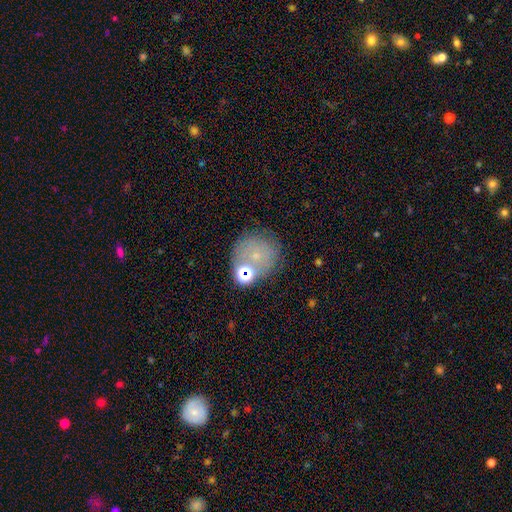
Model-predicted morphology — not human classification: type=smooth (53%); roundness=round (86%); merging=none (65%).